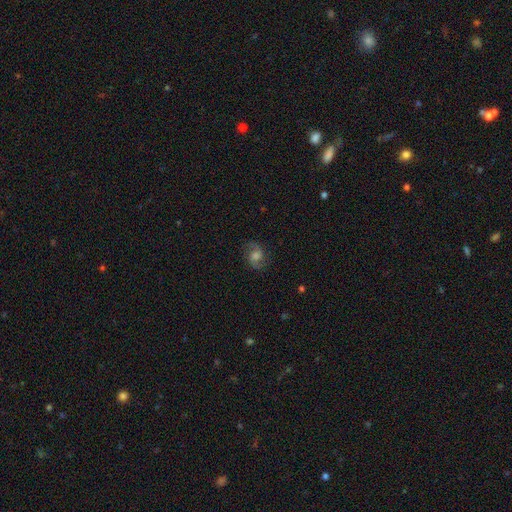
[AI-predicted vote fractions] A featured or disk galaxy (76%) with no bar (53%), 2 (92%) medium (51%) spiral arms (96%) and a moderate central bulge (42%).

Vote fractions:
- Smooth or featured? featured or disk: 76% / smooth: 14% / star or artifact: 10%
- Edge-on disk? no: 97% / yes: 3%
- Bar? no: 53% / weak: 39% / strong: 7%
- Spiral arms? yes: 96% / no: 4%
- Spiral winding? medium: 51% / loose: 36% / tight: 13%
- Spiral arm count? 2: 92% / can't tell: 3% / 1: 2% / 3: 1% / 4: 1% / more than 4: 1%
- Bulge size? moderate: 42% / large: 26% / small: 18% / none: 11% / dominant: 3%
- Merging? none: 81% / minor disturbance: 13% / major disturbance: 5% / merger: 1%